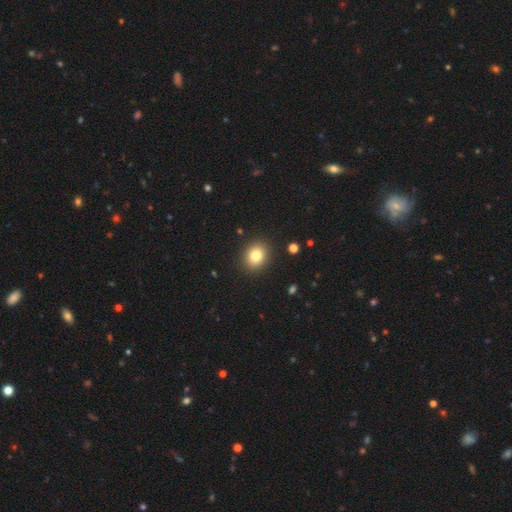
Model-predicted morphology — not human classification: This appears to be a smooth galaxy with no disk features (81%) that is round (65%). Merging: none (90%).